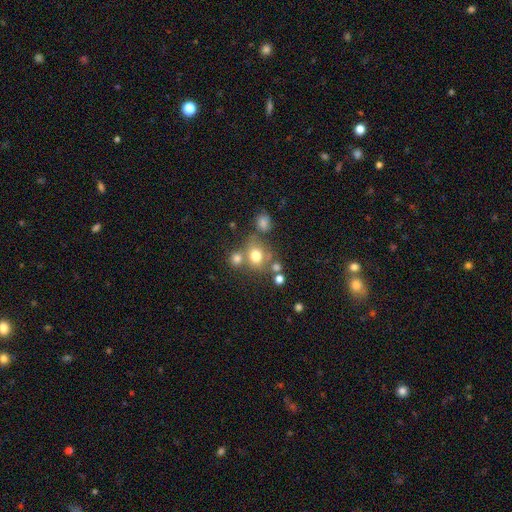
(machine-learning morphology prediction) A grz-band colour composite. It shows a smooth galaxy with no disk features (70%) that is round (70%). Merging: none (52%).